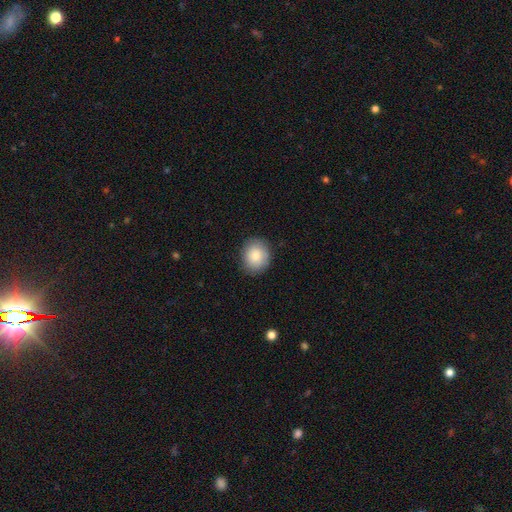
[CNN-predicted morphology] Smooth or featured? Predicted: smooth (p=0.83). How rounded? Predicted: round (p=0.66). Merging? Predicted: none (p=0.86).